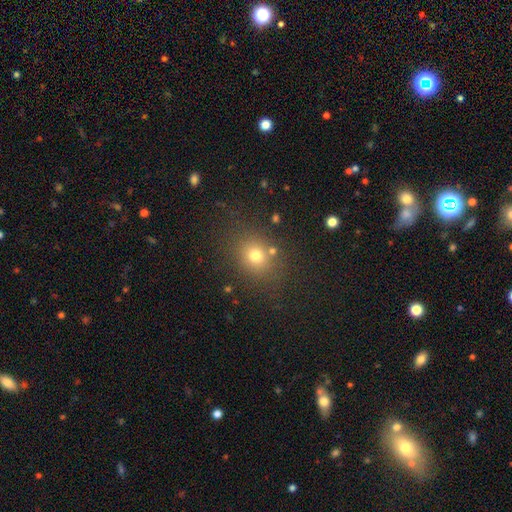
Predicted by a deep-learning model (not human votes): Overall: smooth (73%). How rounded: round (68%; in between 31%). Merging: none (78%).